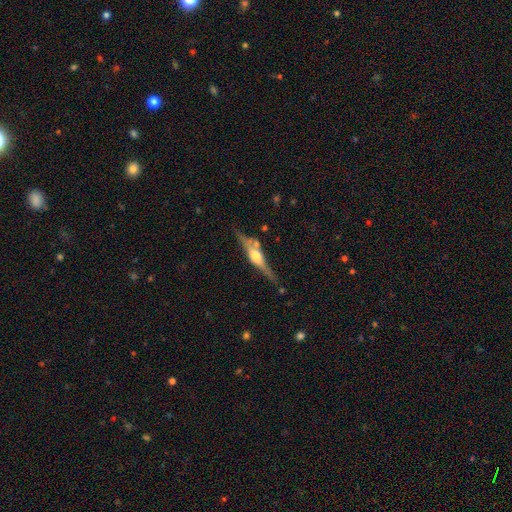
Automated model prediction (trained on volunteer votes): smooth-or-featured: featured or disk: 76% | smooth: 18% | star or artifact: 6%
  disk-edge-on: yes: 96% | no: 4%
    edge-on-bulge: rounded: 89% | boxy: 8% | none: 2%
  merging: none: 73% | minor disturbance: 16% | merger: 7% | major disturbance: 4%